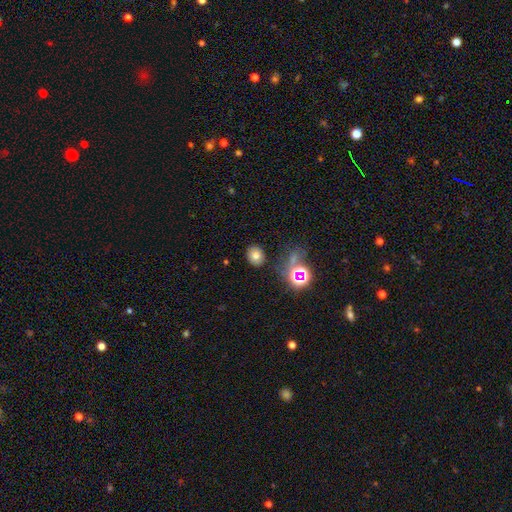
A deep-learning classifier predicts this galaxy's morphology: Q: Smooth or featured?
A: smooth (71%); runner-up: star or artifact (18%)
Q: How rounded?
A: round (62%); runner-up: in between (37%)
Q: Merging?
A: none (82%); runner-up: minor disturbance (10%)